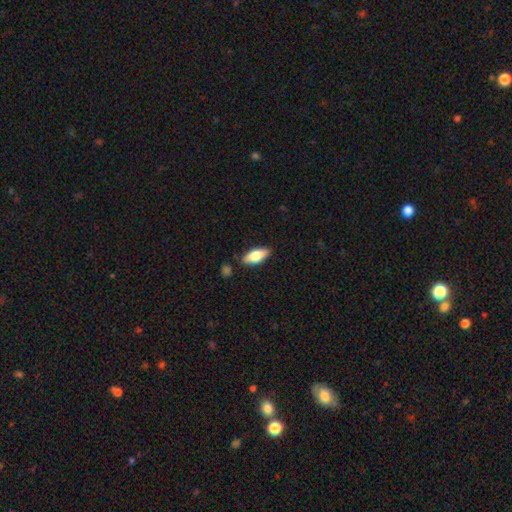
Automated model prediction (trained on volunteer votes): Smooth or featured: smooth — 76% (featured or disk — 18%)
How rounded: in between — 81% (cigar-shaped — 17%)
Merging: none — 83% (minor disturbance — 12%)